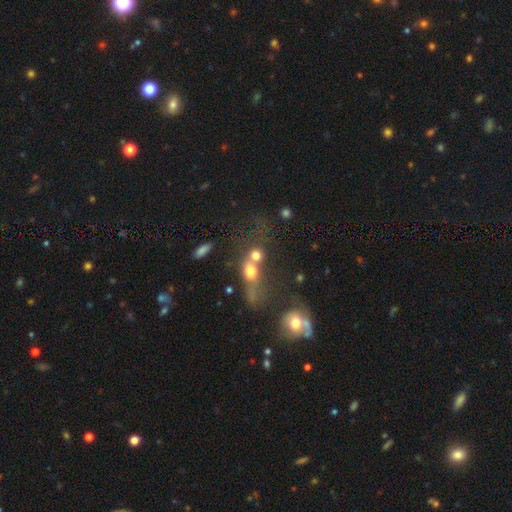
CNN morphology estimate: This appears to be a smooth galaxy with no disk features (69%) that is round (70%). Merging: merger (58%).